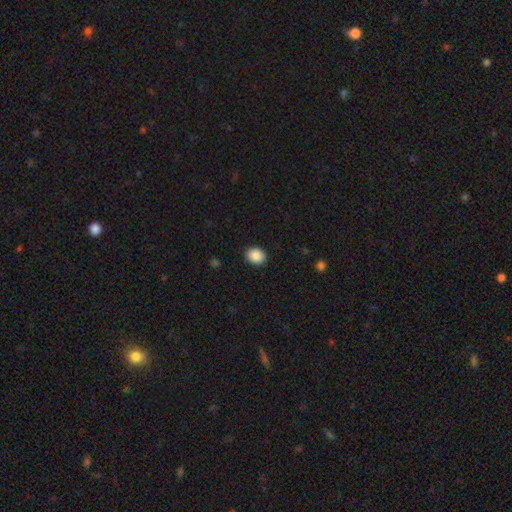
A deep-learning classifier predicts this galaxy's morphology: Smooth or featured: smooth — 89% (star or artifact — 8%)
How rounded: in between — 51% (round — 48%)
Merging: none — 91% (minor disturbance — 7%)